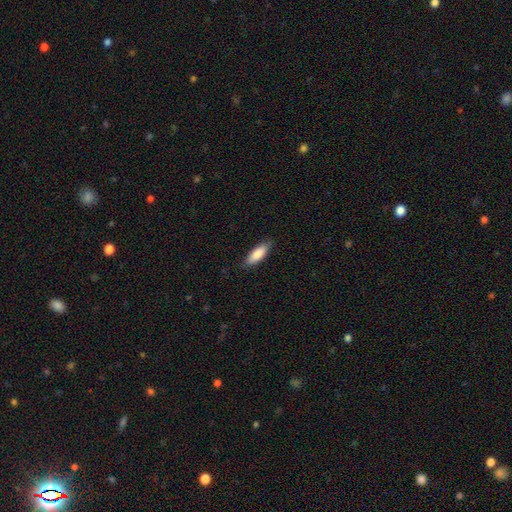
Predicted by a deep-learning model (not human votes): Smooth or featured? smooth (84%)
How rounded? in between (62%)
Merging? none (84%)